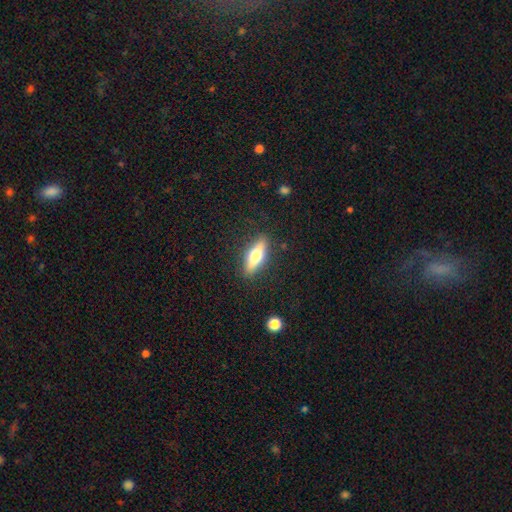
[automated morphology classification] smooth-or-featured: smooth: 56% | featured or disk: 38% | star or artifact: 6%
  how-rounded: cigar-shaped: 49% | in between: 48% | round: 3%
  merging: none: 87% | minor disturbance: 9% | major disturbance: 3% | merger: 1%